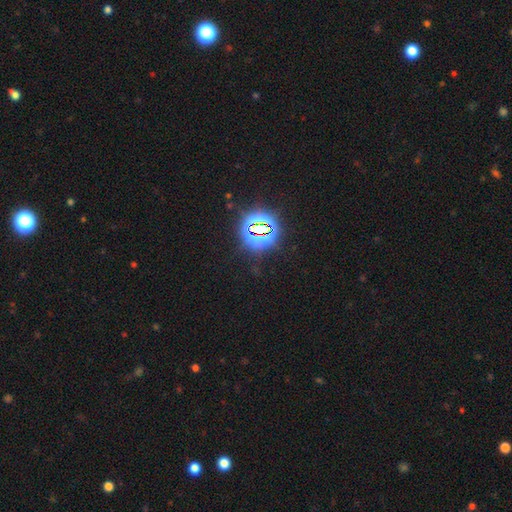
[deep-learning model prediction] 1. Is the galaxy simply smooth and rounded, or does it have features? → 83% star or artifact, 10% smooth, 6% featured or disk.